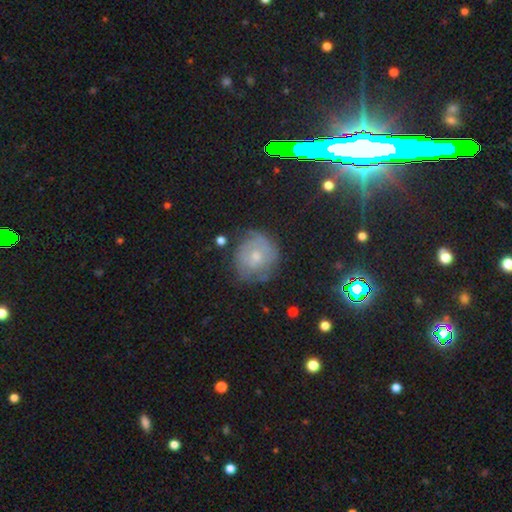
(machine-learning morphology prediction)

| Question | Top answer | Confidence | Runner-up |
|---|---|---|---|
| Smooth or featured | featured or disk | 48% | smooth (37%) |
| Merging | none | 67% | minor disturbance (23%) |